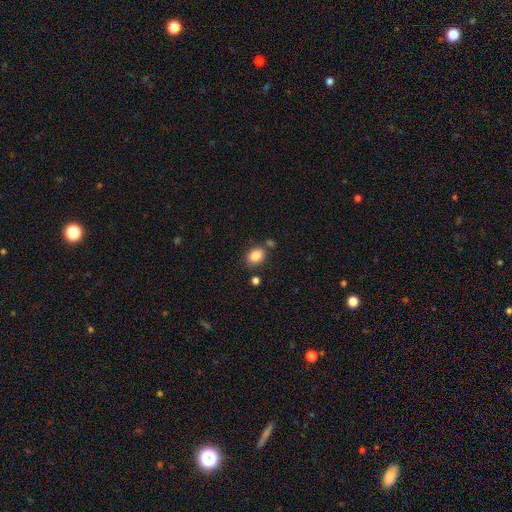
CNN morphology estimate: This is clearly a smooth galaxy (86%). How rounded: likely in between (64%). Merging: likely none (74%).